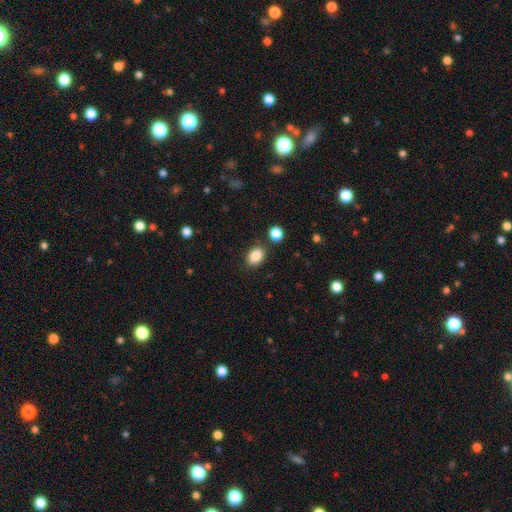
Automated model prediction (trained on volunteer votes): Smooth or featured? smooth (87%)
How rounded? in between (77%)
Merging? none (81%)